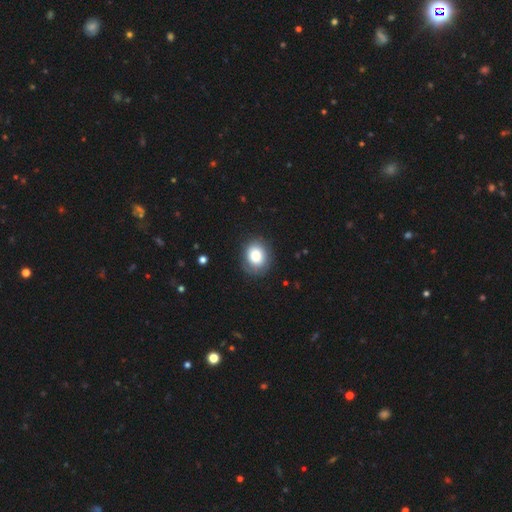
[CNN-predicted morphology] Smooth or featured? smooth (82%)
How rounded? round (63%)
Merging? none (80%)